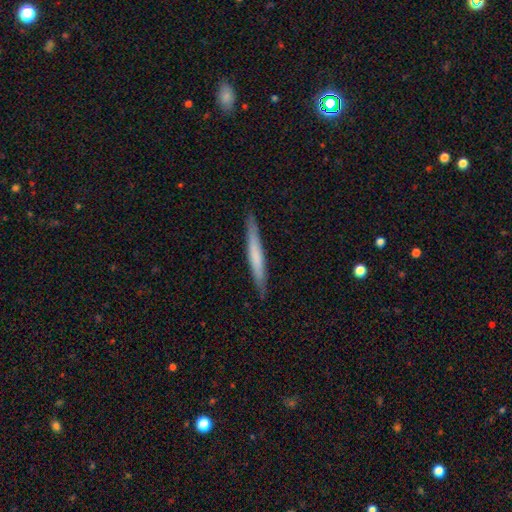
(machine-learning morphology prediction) Smooth or featured?
  - smooth: 59% *
  - featured or disk: 36%
  - star or artifact: 5%
How rounded?
  - cigar-shaped: 96% *
  - in between: 3%
  - round: 1%
Merging?
  - none: 90% *
  - minor disturbance: 7%
  - major disturbance: 1%
  - merger: 1%